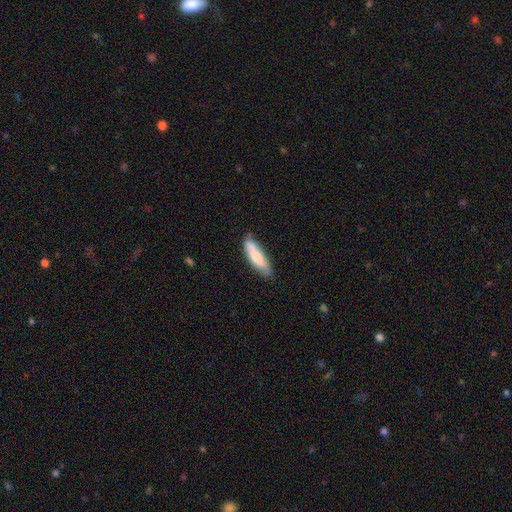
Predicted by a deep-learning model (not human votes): Smooth or featured: smooth — 79% (featured or disk — 16%)
How rounded: cigar-shaped — 62% (in between — 36%)
Merging: none — 73% (minor disturbance — 22%)